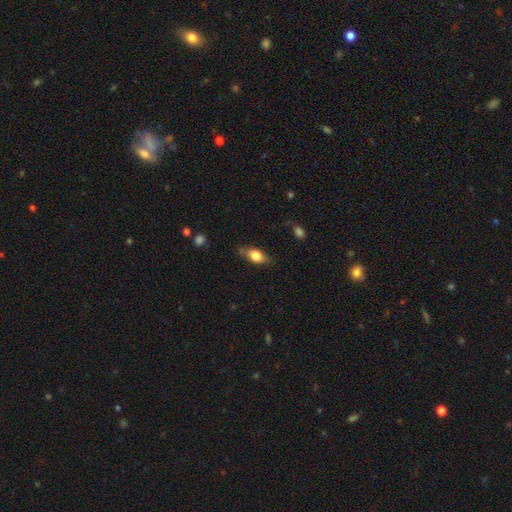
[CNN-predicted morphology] type=smooth (75%); roundness=in between (81%); merging=none (65%).